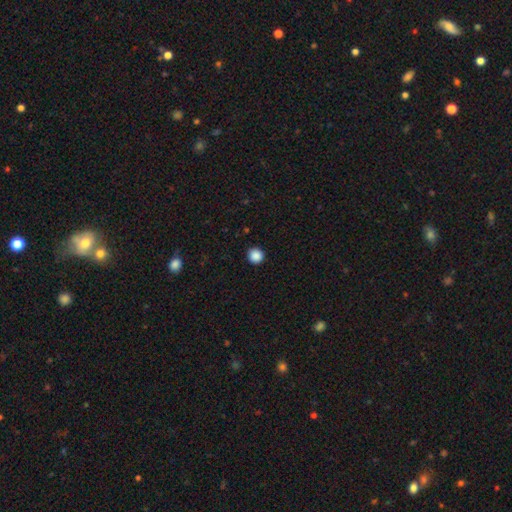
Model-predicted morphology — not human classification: This is clearly a smooth galaxy (88%). How rounded: clearly round (95%). Merging: clearly none (92%).